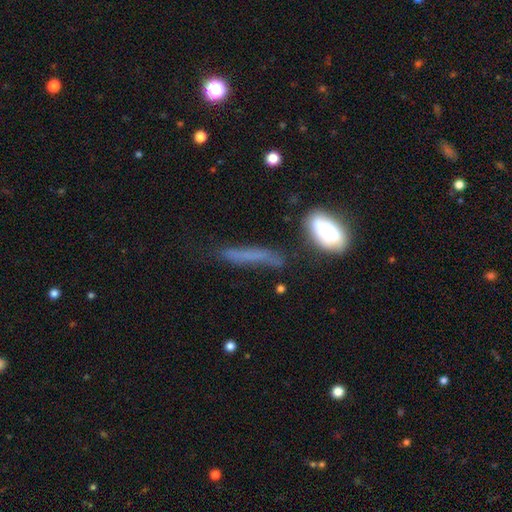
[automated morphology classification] Overall: smooth (56%; featured or disk 28%). How rounded: cigar-shaped (79%). Merging: none (60%; minor disturbance 23%).